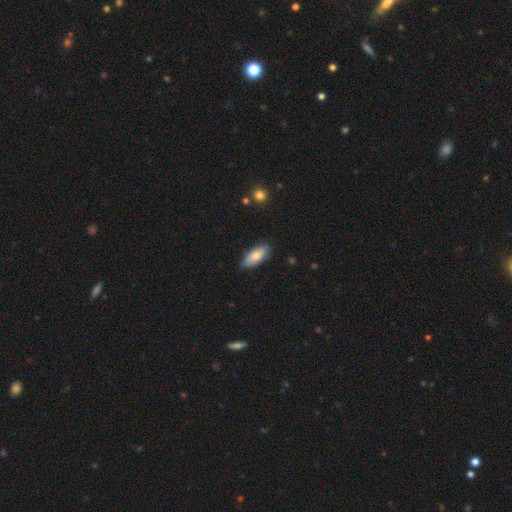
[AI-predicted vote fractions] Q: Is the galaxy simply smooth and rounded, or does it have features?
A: smooth — 82%.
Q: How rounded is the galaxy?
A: in between — 80%.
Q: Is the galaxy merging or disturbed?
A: none — 83%.